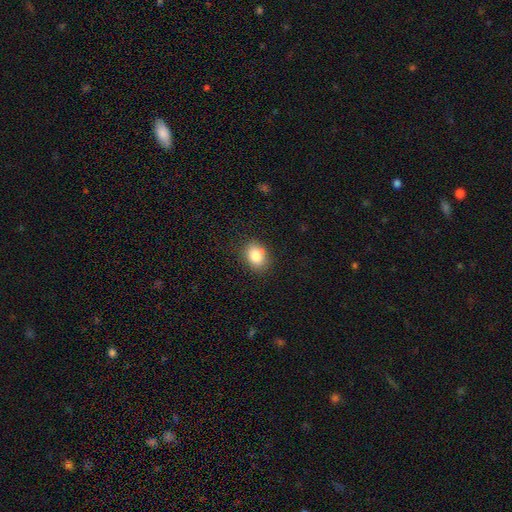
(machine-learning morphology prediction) smooth-or-featured: smooth: 82% | star or artifact: 9% | featured or disk: 8%
  how-rounded: in between: 64% | round: 35% | cigar-shaped: 1%
  merging: none: 82% | minor disturbance: 13% | major disturbance: 3% | merger: 2%